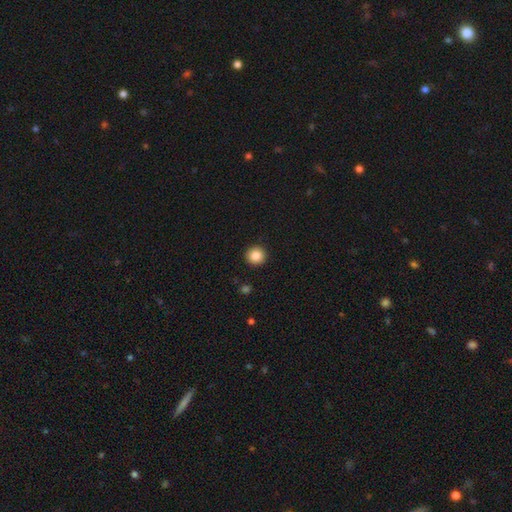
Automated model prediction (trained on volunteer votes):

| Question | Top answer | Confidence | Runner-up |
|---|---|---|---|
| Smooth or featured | smooth | 86% | star or artifact (9%) |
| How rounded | round | 95% | in between (4%) |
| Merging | none | 93% | minor disturbance (4%) |